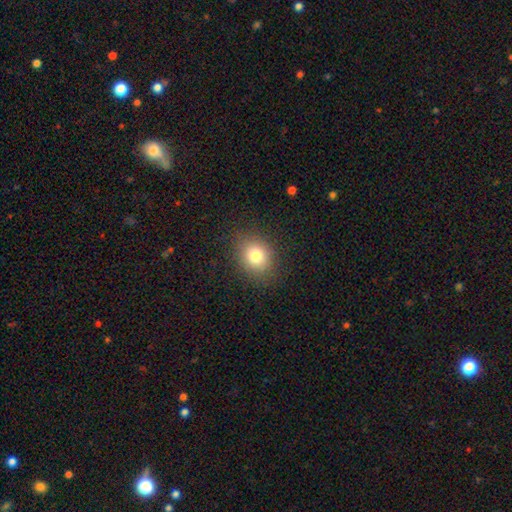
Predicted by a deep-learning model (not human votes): The model was most divided on "how rounded": round: 61%, in between: 38%, cigar-shaped: 1%. More confident: merging — none (86%); smooth or featured — smooth (79%).